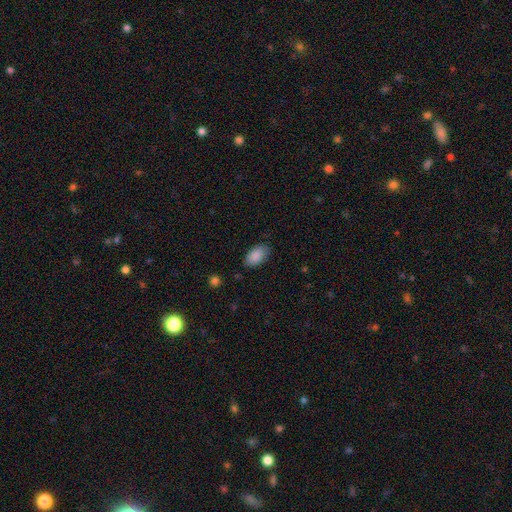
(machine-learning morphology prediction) Smooth or featured? Predicted: smooth (p=0.88). How rounded? Predicted: in between (p=0.94). Merging? Predicted: none (p=0.81).